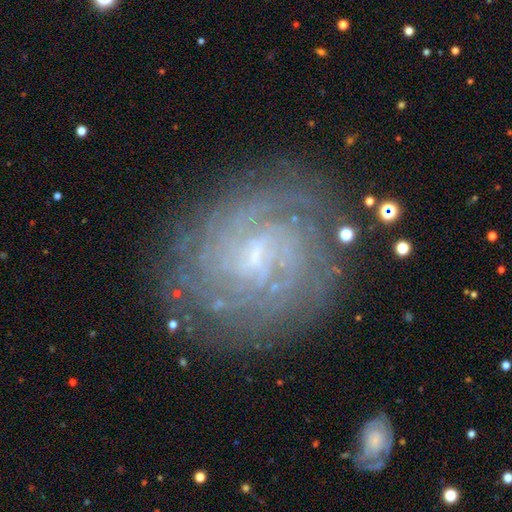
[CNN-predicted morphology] Smooth or featured: featured or disk — 83% (smooth — 10%)
Edge-on disk: no — 98% (yes — 2%)
Bar: weak — 50% (no — 36%)
Spiral arms: yes — 95% (no — 5%)
Spiral winding: tight — 77% (medium — 18%)
Spiral arm count: can't tell — 40% (4 — 15%)
Bulge size: small — 74% (none — 13%)
Merging: none — 81% (minor disturbance — 13%)